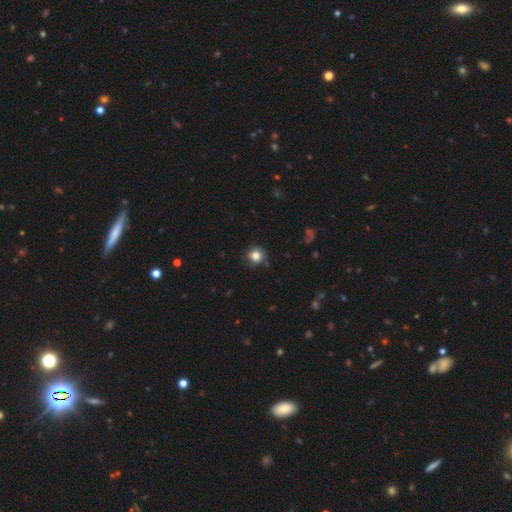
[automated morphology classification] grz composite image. It shows a smooth galaxy with no disk features (81%) that is round (89%). Merging: none (77%).